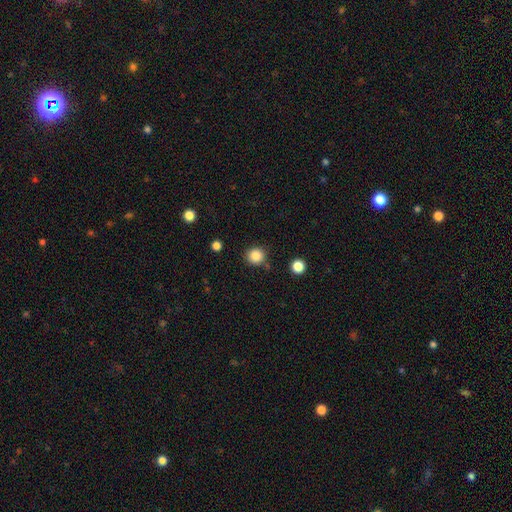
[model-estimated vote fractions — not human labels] smooth-or-featured: smooth: 85% | star or artifact: 11% | featured or disk: 4%
  how-rounded: round: 90% | in between: 9% | cigar-shaped: 1%
  merging: none: 83% | minor disturbance: 9% | merger: 5% | major disturbance: 3%